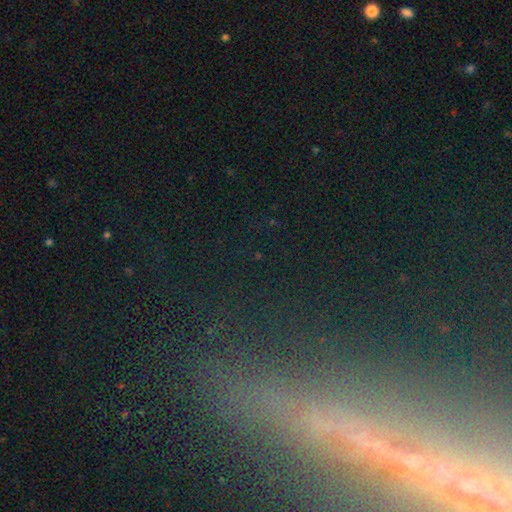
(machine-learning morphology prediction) A star or artifact, not a galaxy (51%).

Vote fractions:
- Smooth or featured? star or artifact: 51% / featured or disk: 28% / smooth: 21%